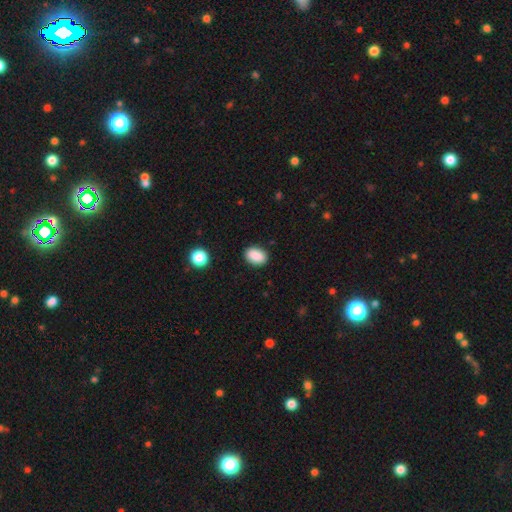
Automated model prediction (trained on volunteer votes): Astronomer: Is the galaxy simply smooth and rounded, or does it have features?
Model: smooth — 89%.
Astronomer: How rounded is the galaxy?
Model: in between — 79%.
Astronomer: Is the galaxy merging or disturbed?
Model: none — 88%.